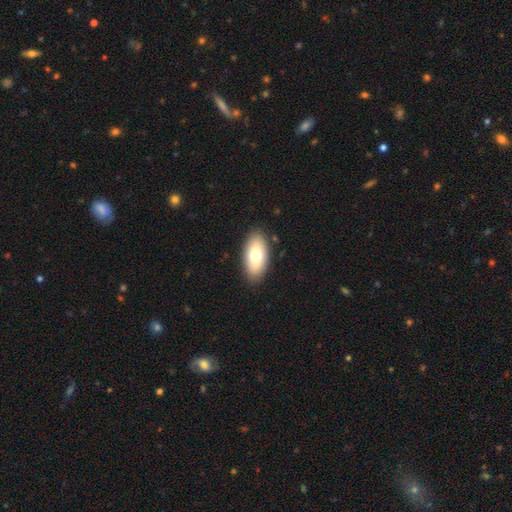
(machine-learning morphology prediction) This is likely a smooth galaxy (73%). How rounded: clearly in between (92%). Merging: clearly none (88%).